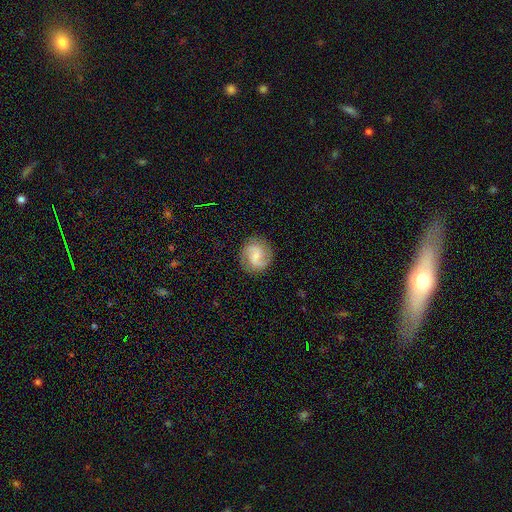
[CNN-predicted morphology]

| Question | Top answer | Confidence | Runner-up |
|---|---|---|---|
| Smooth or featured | featured or disk | 75% | smooth (19%) |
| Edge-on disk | no | 98% | yes (2%) |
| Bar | weak | 53% | no (31%) |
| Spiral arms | yes | 95% | no (5%) |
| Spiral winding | medium | 49% | loose (31%) |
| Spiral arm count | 2 | 90% | can't tell (4%) |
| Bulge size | small | 59% | moderate (24%) |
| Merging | none | 84% | minor disturbance (11%) |